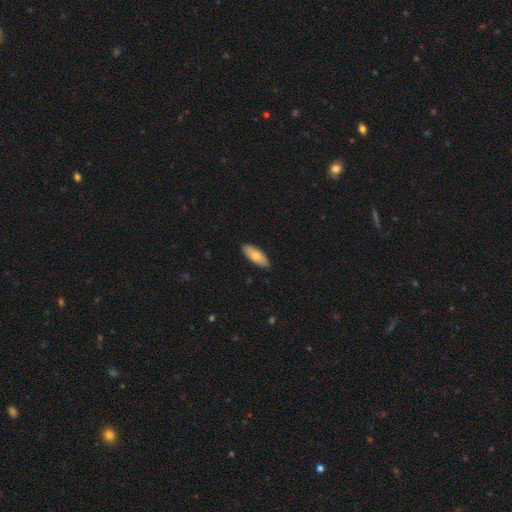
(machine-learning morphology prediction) This appears to be a smooth galaxy with no disk features (75%) that is in between round and cigar-shaped (76%). Merging: none (89%).